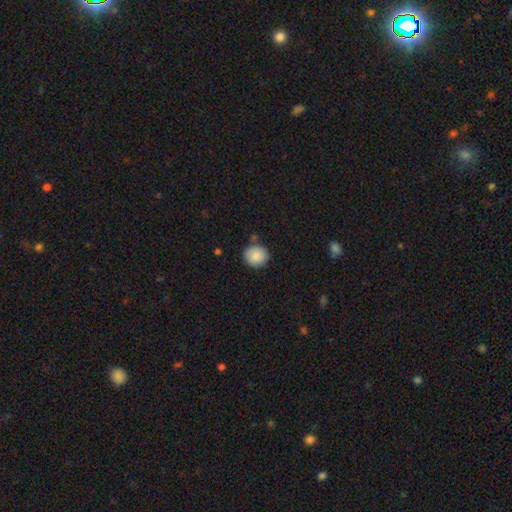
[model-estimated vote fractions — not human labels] Q: Smooth or featured?
A: smooth (88%); runner-up: star or artifact (8%)
Q: How rounded?
A: round (88%); runner-up: in between (11%)
Q: Merging?
A: none (85%); runner-up: minor disturbance (10%)